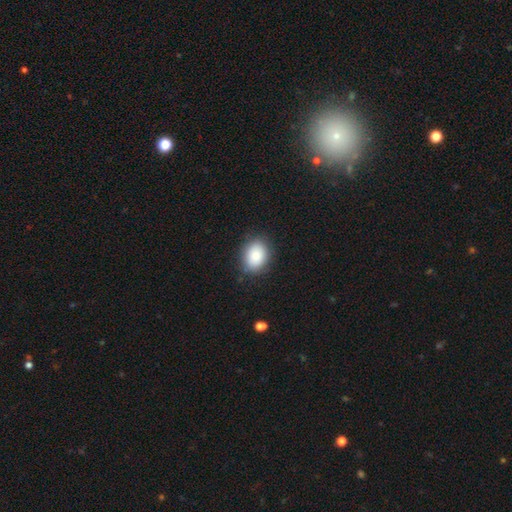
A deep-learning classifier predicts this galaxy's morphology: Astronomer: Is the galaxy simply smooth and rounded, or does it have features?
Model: smooth — 88%.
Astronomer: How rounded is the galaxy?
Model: in between — 63%.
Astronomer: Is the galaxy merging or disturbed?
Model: none — 84%.